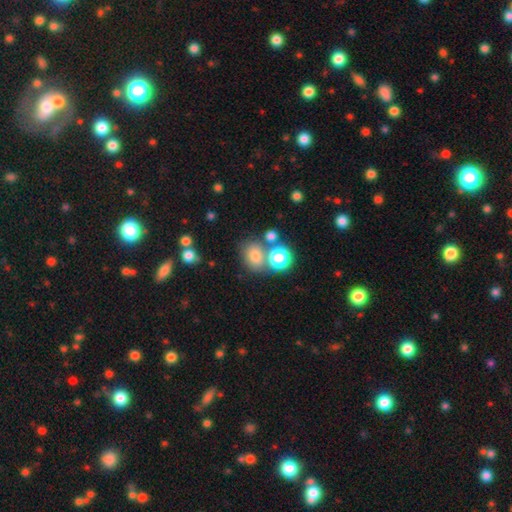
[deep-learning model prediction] Smooth or featured: smooth — 72% (star or artifact — 18%)
How rounded: round — 55% (in between — 44%)
Merging: none — 61% (merger — 21%)